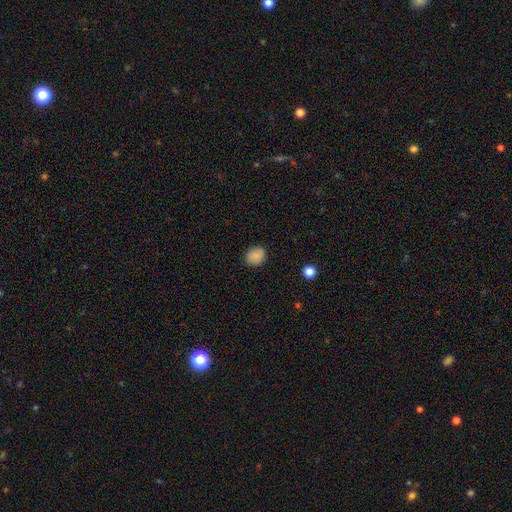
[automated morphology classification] Smooth or featured: smooth — 86% (star or artifact — 9%)
How rounded: round — 61% (in between — 38%)
Merging: none — 85% (minor disturbance — 11%)